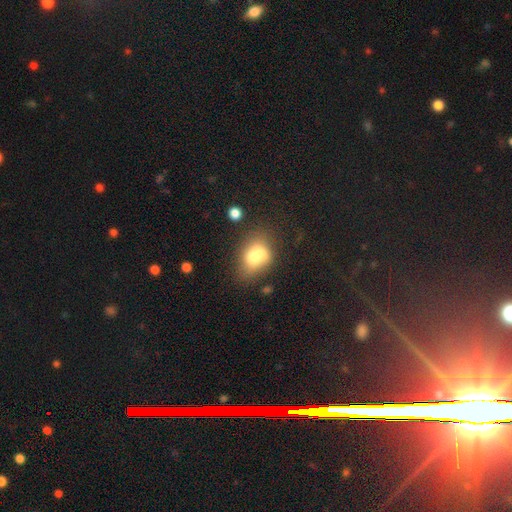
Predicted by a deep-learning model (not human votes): A smooth galaxy with no disk features (66%) that is in between round and cigar-shaped (57%). Merging: merger (54%).